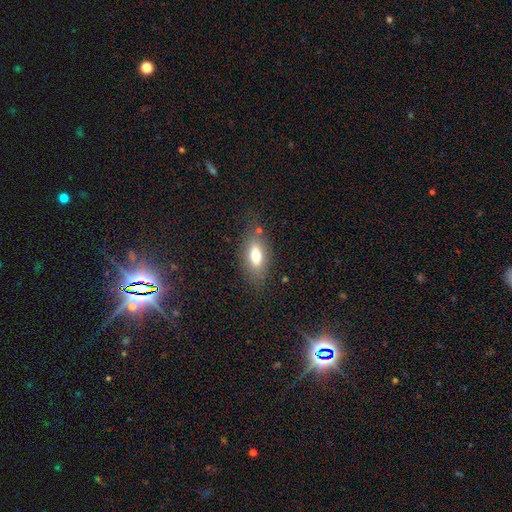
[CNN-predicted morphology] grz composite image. It shows a smooth galaxy with no disk features (70%) that is in between round and cigar-shaped (82%). Merging: none (75%).